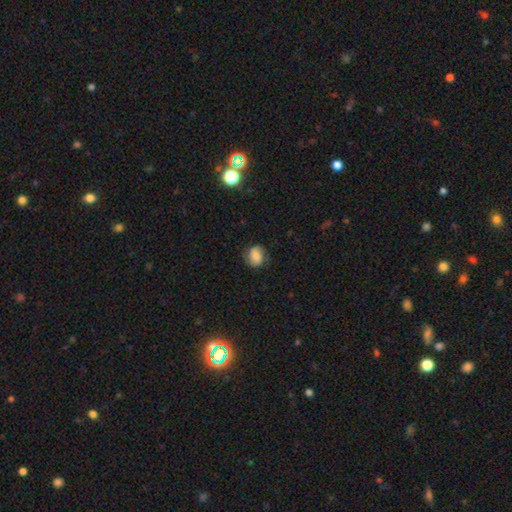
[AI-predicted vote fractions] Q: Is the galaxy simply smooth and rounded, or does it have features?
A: smooth — 49%.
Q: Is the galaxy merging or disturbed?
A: none — 74%.